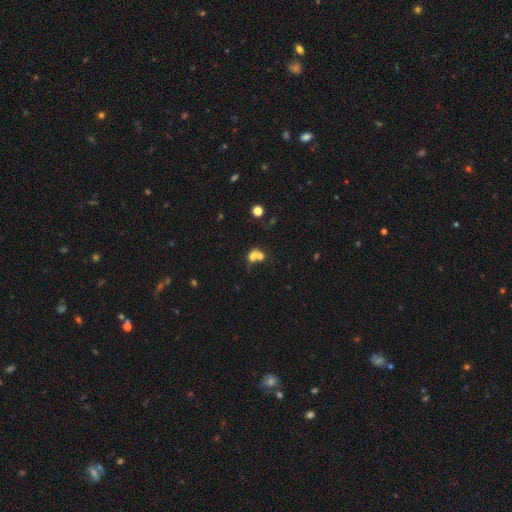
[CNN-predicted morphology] smooth_or_featured: smooth (p=0.66) [alt: featured or disk p=0.20]
how_rounded: in between (p=0.51) [alt: round p=0.47]
merging: merger (p=0.65) [alt: none p=0.21]